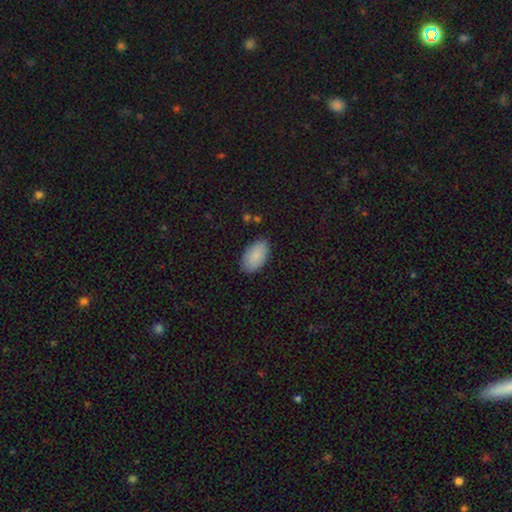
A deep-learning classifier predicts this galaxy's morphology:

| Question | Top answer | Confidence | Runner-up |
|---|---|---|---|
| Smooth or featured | smooth | 87% | featured or disk (7%) |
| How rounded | in between | 95% | round (3%) |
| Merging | none | 86% | minor disturbance (11%) |